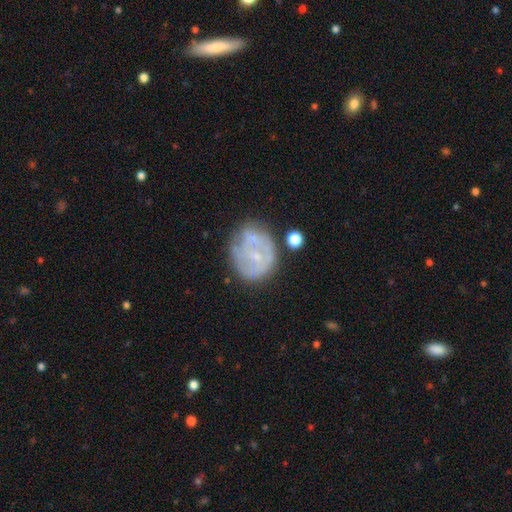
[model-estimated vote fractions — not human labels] This is possibly a featured or disk galaxy (56%). It is clearly not viewed edge-on (98%). Bar: likely no (77%). Spiral arm pattern: likely no (65%). Central bulge: possibly small (52%). Merging: possibly none (53%).